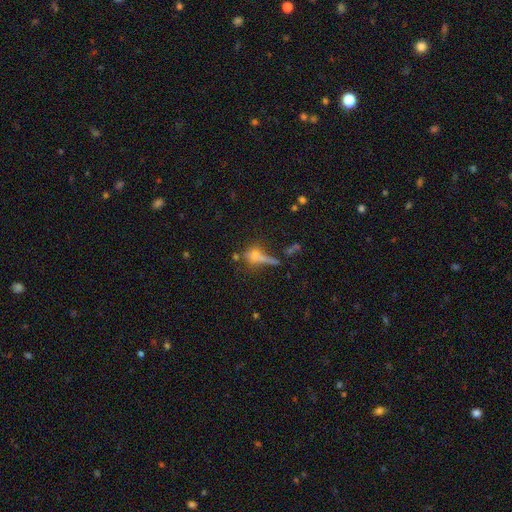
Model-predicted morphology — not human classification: smooth 54%, featured or disk 26%, star or artifact 19%. Down the decision tree: how rounded — round (38%); merging — none (41%).